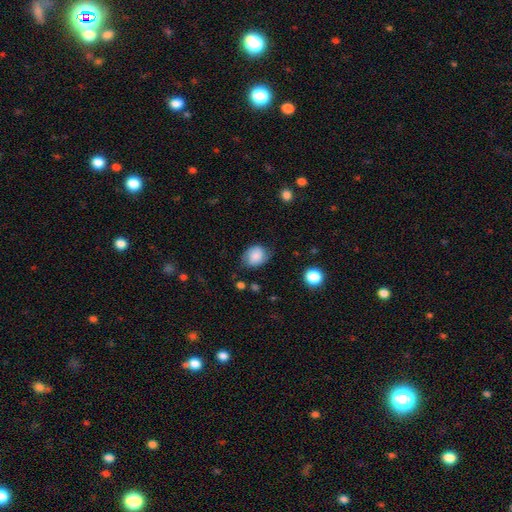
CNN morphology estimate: A smooth galaxy with no disk features (74%) that is round (50%). Merging: none (67%).